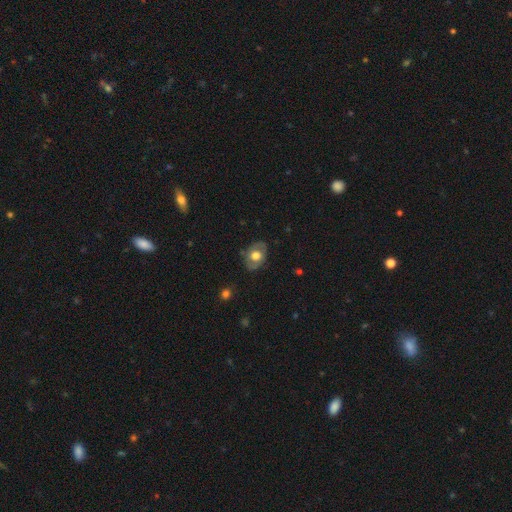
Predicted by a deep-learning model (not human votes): Smooth or featured: smooth — 47% (featured or disk — 46%)
Merging: none — 77% (minor disturbance — 17%)